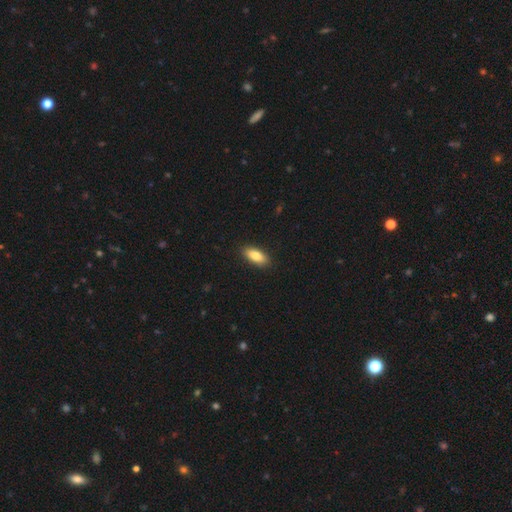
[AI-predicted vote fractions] Smooth or featured: smooth — 83% (featured or disk — 11%)
How rounded: in between — 83% (cigar-shaped — 15%)
Merging: none — 89% (minor disturbance — 8%)